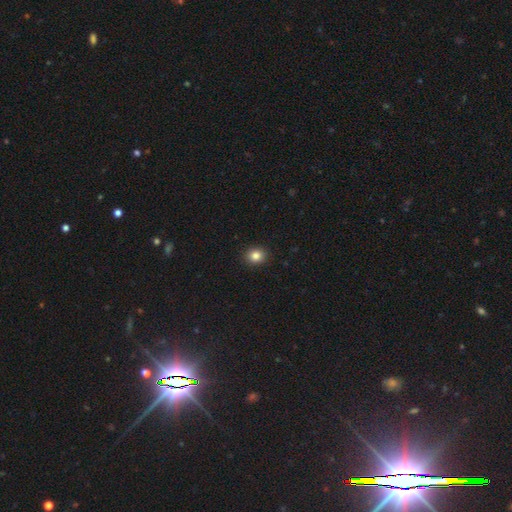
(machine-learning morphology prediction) smooth-or-featured: smooth: 84% | star or artifact: 11% | featured or disk: 5%
  how-rounded: round: 73% | in between: 26% | cigar-shaped: 1%
  merging: none: 92% | minor disturbance: 6% | major disturbance: 2% | merger: 1%